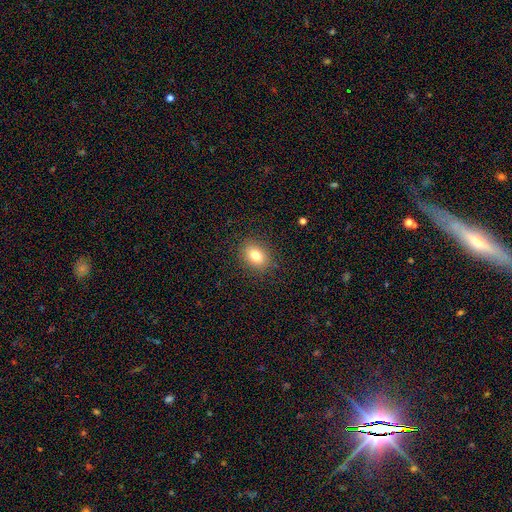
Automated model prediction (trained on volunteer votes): This is clearly a smooth galaxy (80%). How rounded: likely in between (65%). Merging: clearly none (88%).